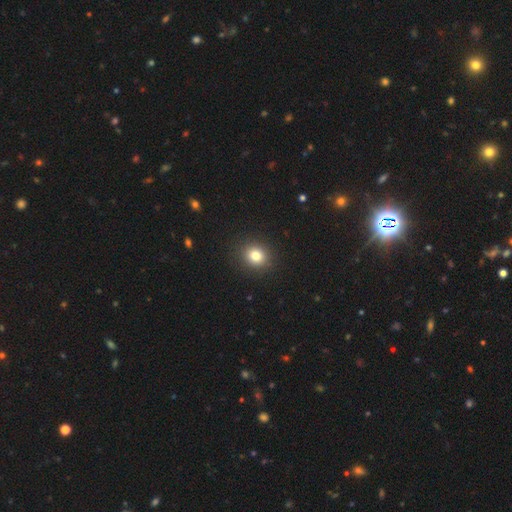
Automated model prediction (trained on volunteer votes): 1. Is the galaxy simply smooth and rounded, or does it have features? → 81% smooth, 12% star or artifact, 7% featured or disk.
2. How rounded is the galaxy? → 77% round, 22% in between, 1% cigar-shaped.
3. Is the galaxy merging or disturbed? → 91% none, 6% minor disturbance, 2% major disturbance, 1% merger.